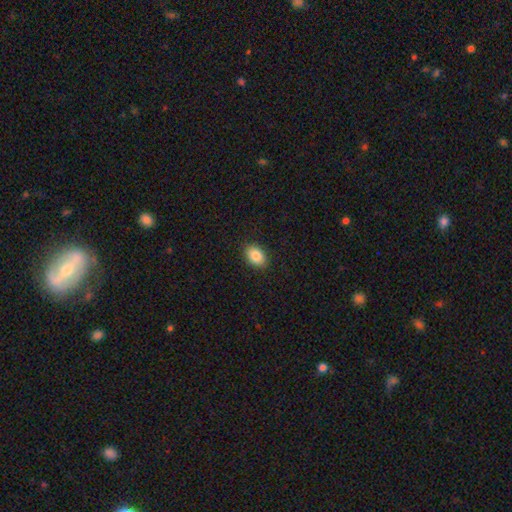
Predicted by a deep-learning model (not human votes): This appears to be a smooth galaxy with no disk features (86%) that is in between round and cigar-shaped (84%). Merging: none (89%).